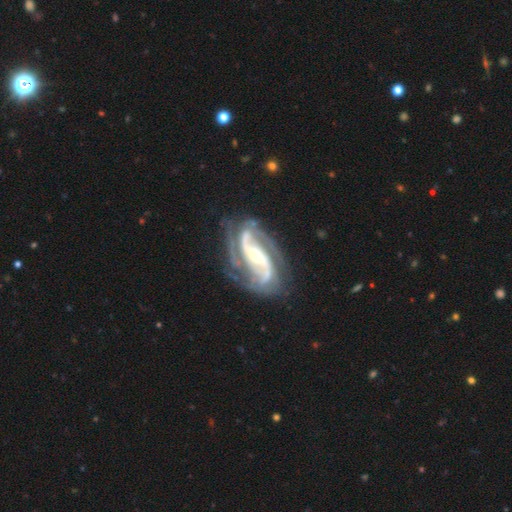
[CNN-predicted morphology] The model was most divided on "bulge size": small: 48%, moderate: 47%, large: 3%, none: 1%, dominant: 1%. Remaining: spiral arms — yes (98%); edge-on disk — no (97%); smooth or featured — featured or disk (92%); merging — none (69%); spiral arm count — 2 (60%); spiral winding — medium (51%); bar — strong (45%).